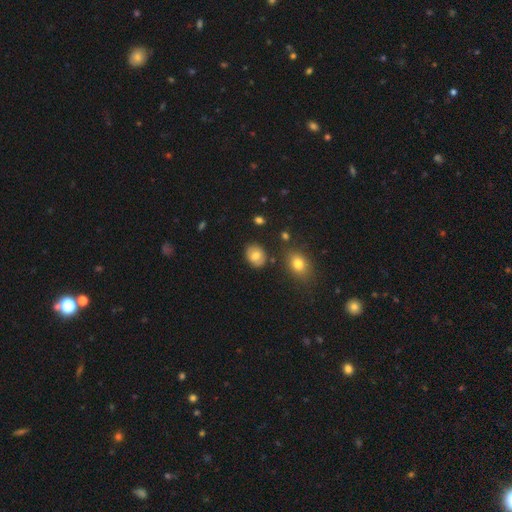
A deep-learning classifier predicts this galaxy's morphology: smooth 75%, featured or disk 16%, star or artifact 9%. Down the decision tree: how rounded — in between (60%); merging — none (83%).